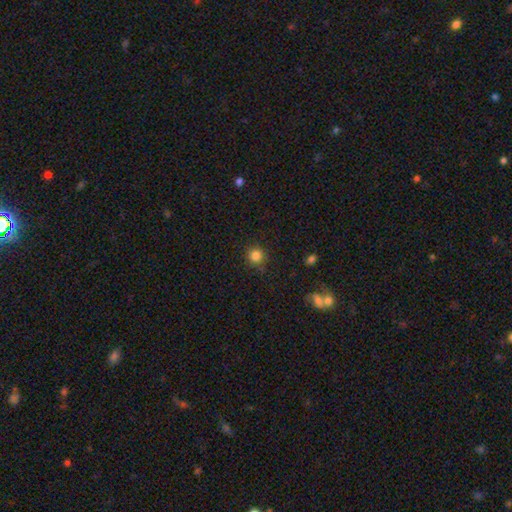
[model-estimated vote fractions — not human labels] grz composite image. It shows a smooth galaxy with no disk features (84%) that is round (92%). Merging: none (86%).